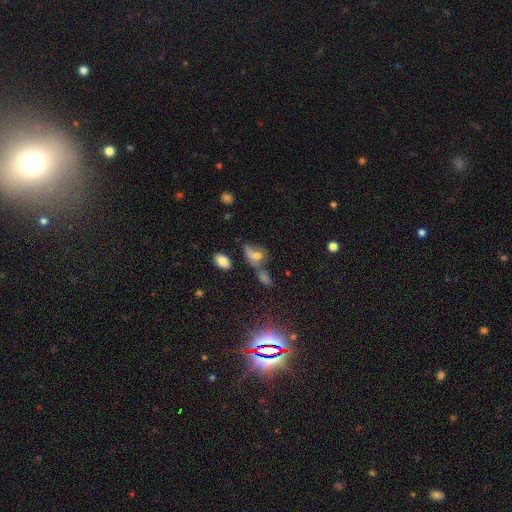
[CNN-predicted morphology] type=smooth (60%); roundness=in between (72%); merging=merger (32%).